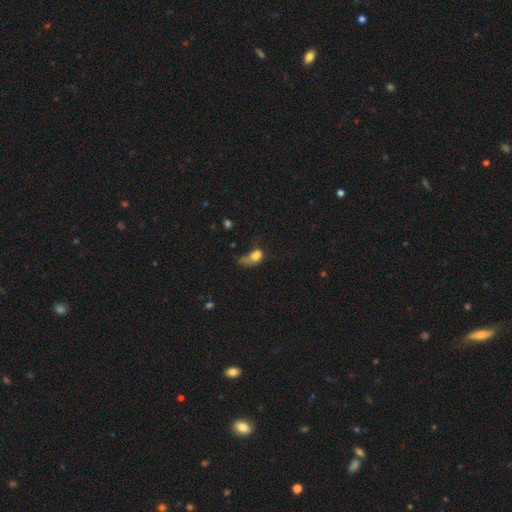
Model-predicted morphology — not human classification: Smooth or featured: smooth — 69% (featured or disk — 18%)
How rounded: in between — 73% (round — 22%)
Merging: major disturbance — 44% (minor disturbance — 21%)